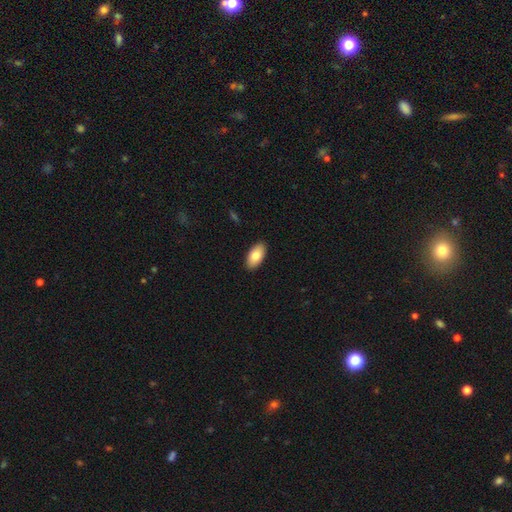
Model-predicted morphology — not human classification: Q: Smooth or featured?
A: smooth (80%); runner-up: featured or disk (14%)
Q: How rounded?
A: in between (94%); runner-up: cigar-shaped (3%)
Q: Merging?
A: none (90%); runner-up: minor disturbance (7%)